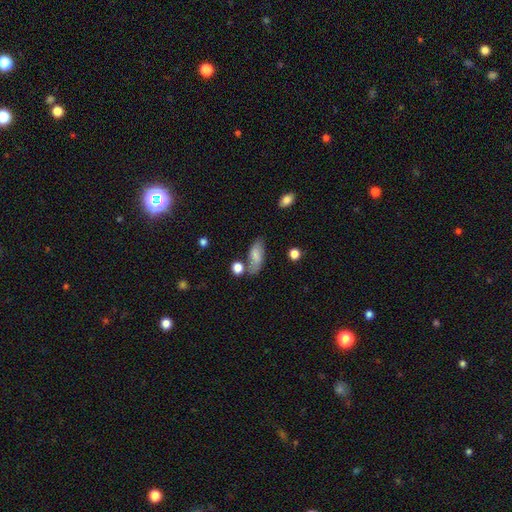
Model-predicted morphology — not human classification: This is likely a smooth galaxy (75%). How rounded: clearly in between (82%). Merging: likely none (63%).